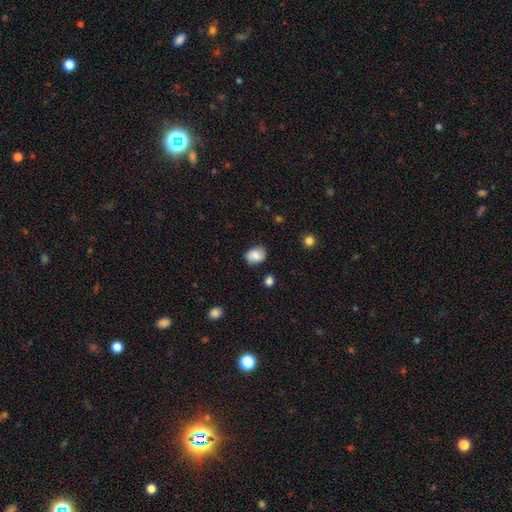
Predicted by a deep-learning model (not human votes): Smooth or featured? Predicted: smooth (p=0.77). How rounded? Predicted: in between (p=0.62). Merging? Predicted: none (p=0.76).